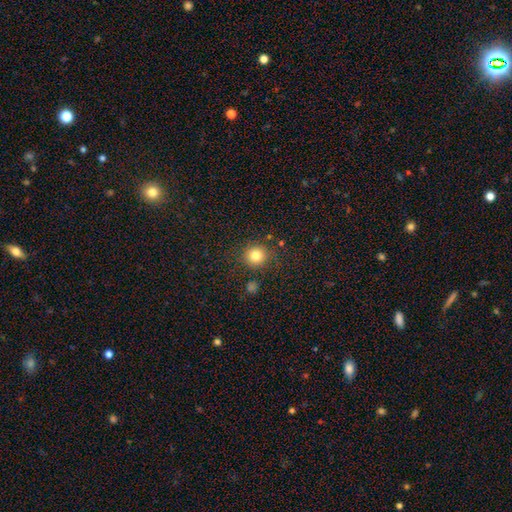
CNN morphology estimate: This appears to be a smooth galaxy with no disk features (82%) that is round (91%). Merging: none (84%).